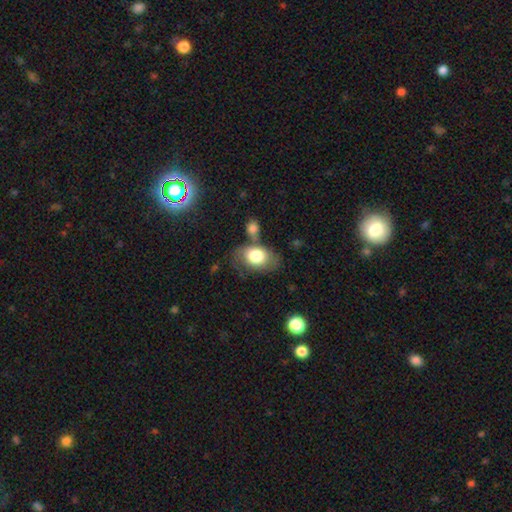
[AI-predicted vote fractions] Smooth or featured: smooth — 75% (featured or disk — 17%)
How rounded: in between — 80% (round — 18%)
Merging: none — 50% (minor disturbance — 21%)